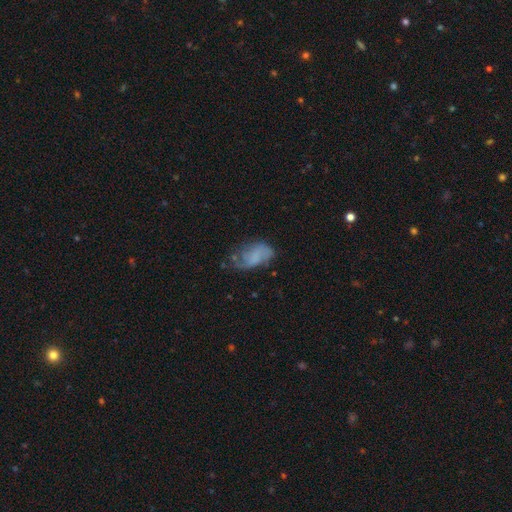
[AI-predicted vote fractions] smooth_or_featured: featured or disk (p=0.49) [alt: smooth p=0.41]
merging: none (p=0.45) [alt: minor disturbance p=0.30]